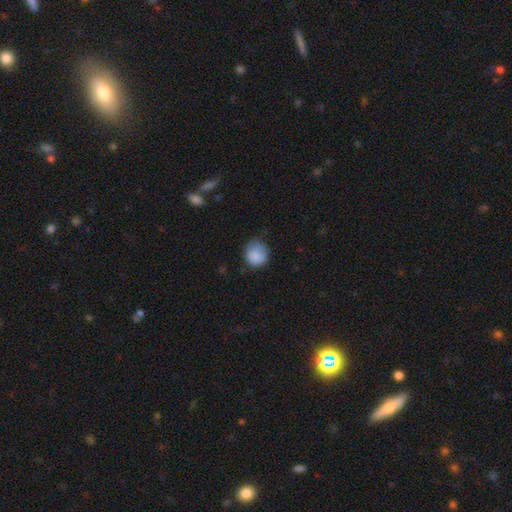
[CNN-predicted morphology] smooth 83%, featured or disk 9%, star or artifact 8%. Down the decision tree: how rounded — round (81%); merging — none (59%).